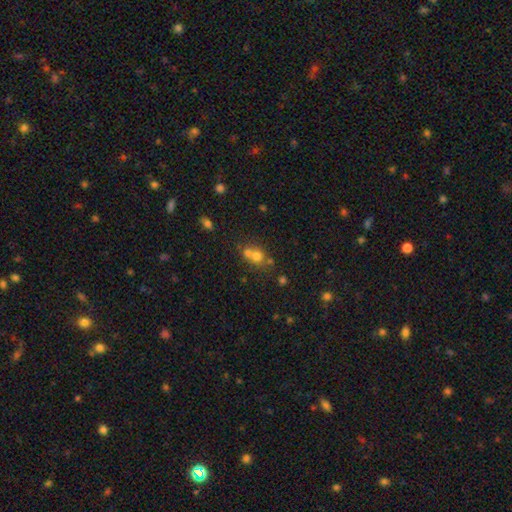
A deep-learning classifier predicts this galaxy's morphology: Q: Smooth or featured?
A: smooth (68%); runner-up: star or artifact (18%)
Q: How rounded?
A: round (78%); runner-up: in between (21%)
Q: Merging?
A: merger (51%); runner-up: none (39%)